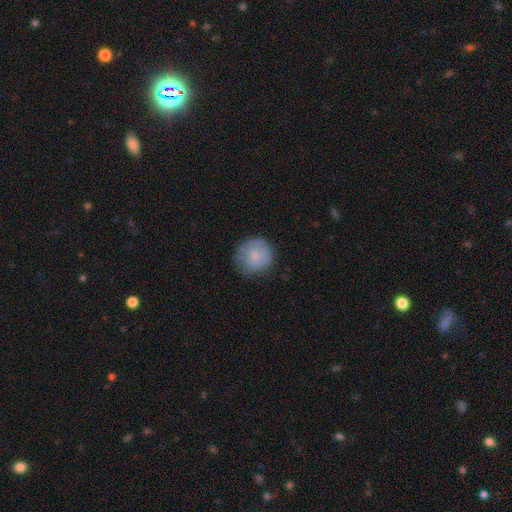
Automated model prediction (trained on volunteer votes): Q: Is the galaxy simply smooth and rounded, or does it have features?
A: smooth — 72%.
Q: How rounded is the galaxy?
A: round — 89%.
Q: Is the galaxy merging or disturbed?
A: none — 69%.